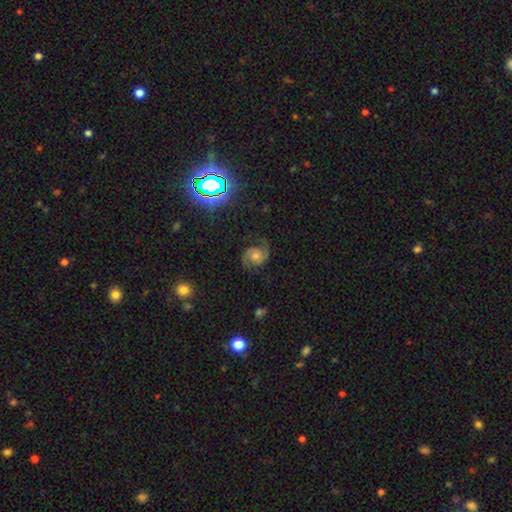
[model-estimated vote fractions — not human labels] Smooth or featured: featured or disk — 82% (star or artifact — 11%)
Edge-on disk: no — 98% (yes — 2%)
Bar: no — 70% (weak — 24%)
Spiral arms: yes — 98% (no — 2%)
Spiral winding: medium — 55% (tight — 27%)
Spiral arm count: 2 — 93% (can't tell — 2%)
Bulge size: moderate — 52% (small — 31%)
Merging: none — 78% (minor disturbance — 14%)